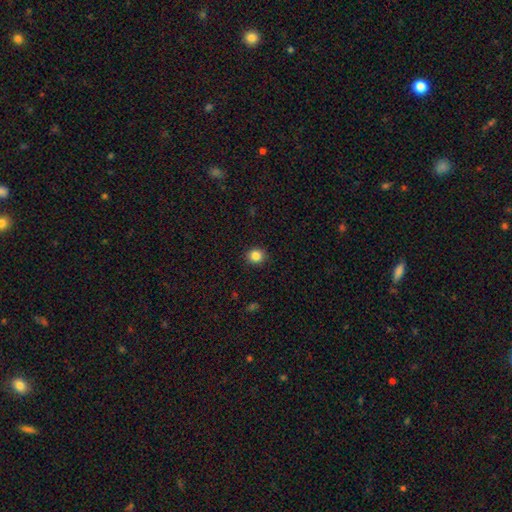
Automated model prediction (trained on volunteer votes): A smooth galaxy with no disk features (85%) that is round (85%). Merging: none (91%).